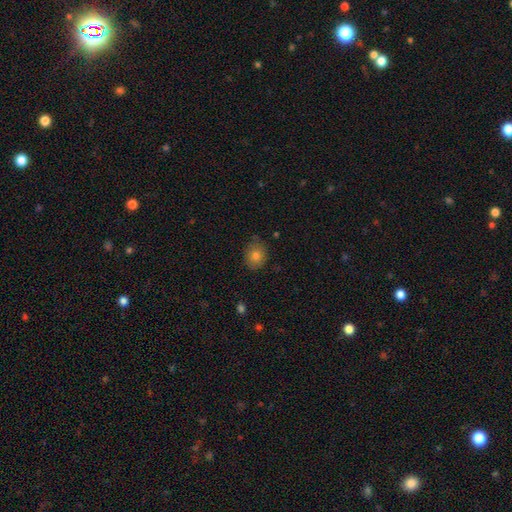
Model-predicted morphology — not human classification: This appears to be a smooth galaxy with no disk features (80%) that is round (56%). Merging: none (75%).